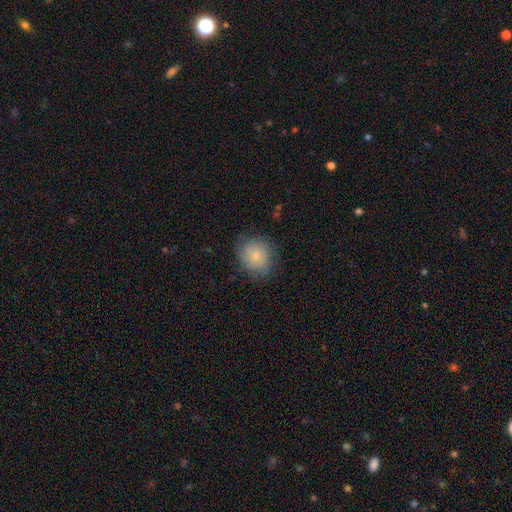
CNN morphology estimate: type=smooth (75%); roundness=round (75%); merging=none (74%).